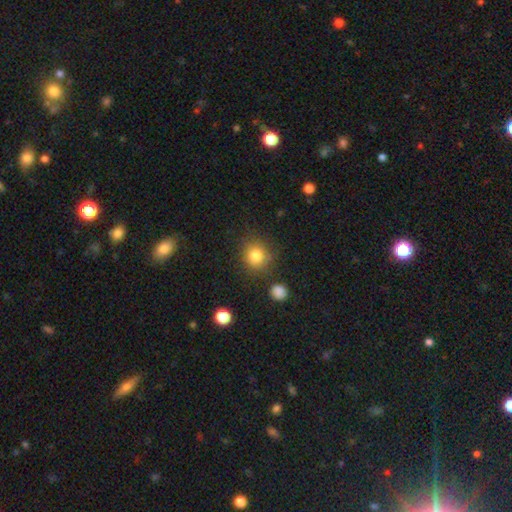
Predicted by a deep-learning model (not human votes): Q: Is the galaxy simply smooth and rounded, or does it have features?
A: smooth — 82%.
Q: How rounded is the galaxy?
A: round — 86%.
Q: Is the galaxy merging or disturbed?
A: none — 80%.